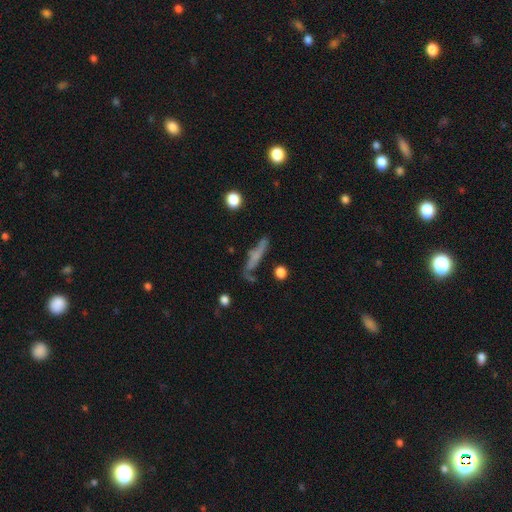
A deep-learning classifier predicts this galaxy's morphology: Overall: featured or disk (46%; smooth 43%). Merging: none (60%; minor disturbance 23%).